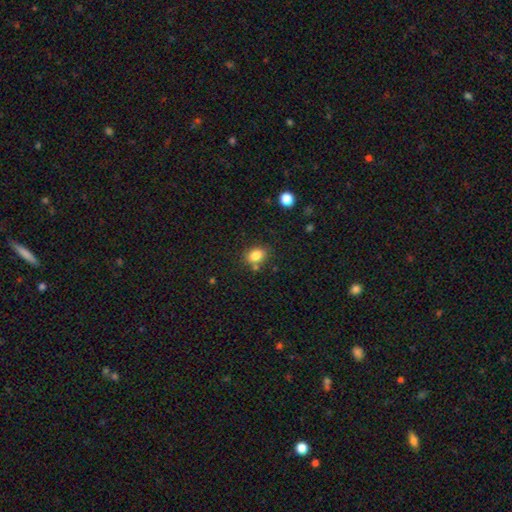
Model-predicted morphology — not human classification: smooth_or_featured: smooth (p=0.83) [alt: star or artifact p=0.10]
how_rounded: in between (p=0.66) [alt: round p=0.32]
merging: none (p=0.72) [alt: minor disturbance p=0.14]